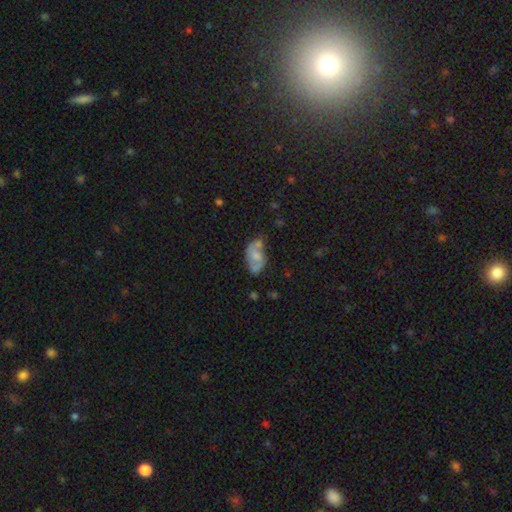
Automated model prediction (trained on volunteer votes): Q: Smooth or featured?
A: featured or disk (49%); runner-up: smooth (42%)
Q: Merging?
A: none (43%); runner-up: minor disturbance (27%)